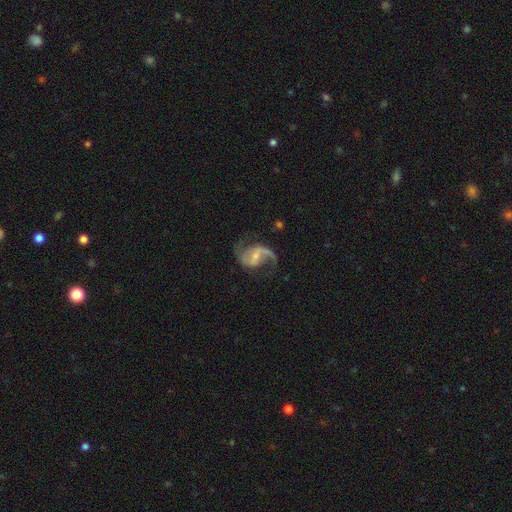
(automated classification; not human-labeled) This appears to be a featured or disk galaxy (89%) with a weak bar (50%), 2 (86%) loose (50%) spiral arms (97%) and a small central bulge (54%). Merging: none (68%).